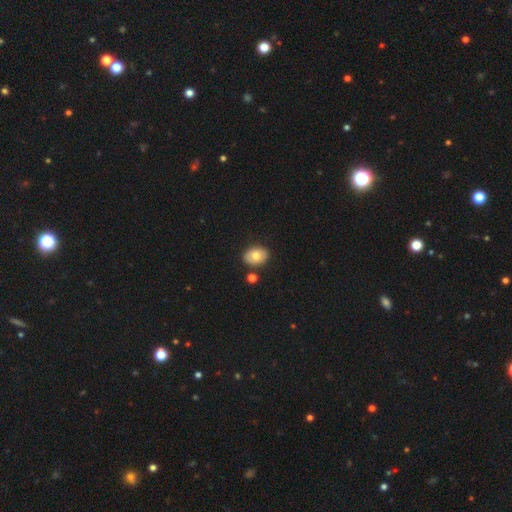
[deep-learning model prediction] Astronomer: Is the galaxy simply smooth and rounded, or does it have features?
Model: smooth — 76%.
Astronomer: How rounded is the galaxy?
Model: in between — 77%.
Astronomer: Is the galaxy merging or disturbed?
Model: none — 82%.